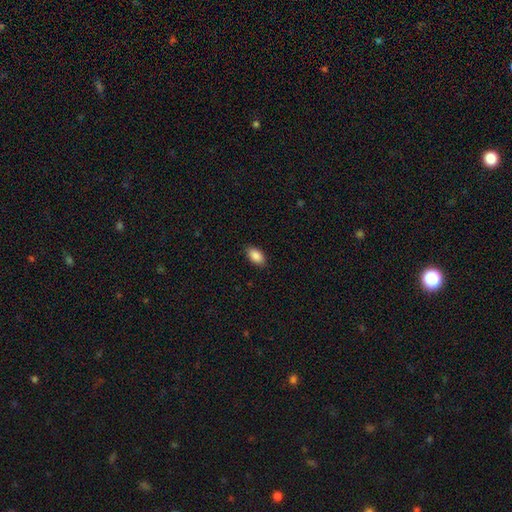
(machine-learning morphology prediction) smooth_or_featured: smooth (p=0.89) [alt: star or artifact p=0.07]
how_rounded: in between (p=0.93) [alt: round p=0.05]
merging: none (p=0.87) [alt: minor disturbance p=0.10]